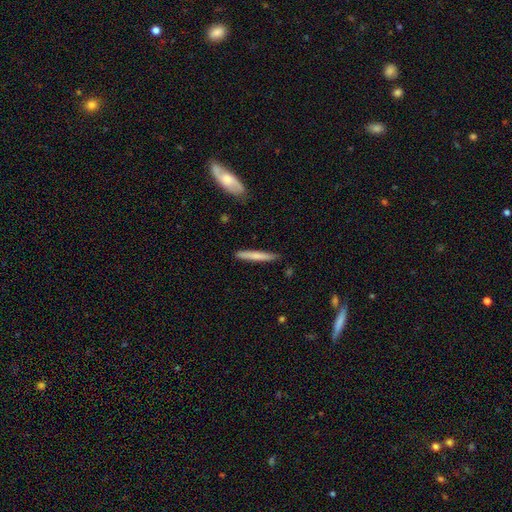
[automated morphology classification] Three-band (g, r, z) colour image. It shows a smooth galaxy with no disk features (70%) that is cigar-shaped (95%). Merging: none (88%).